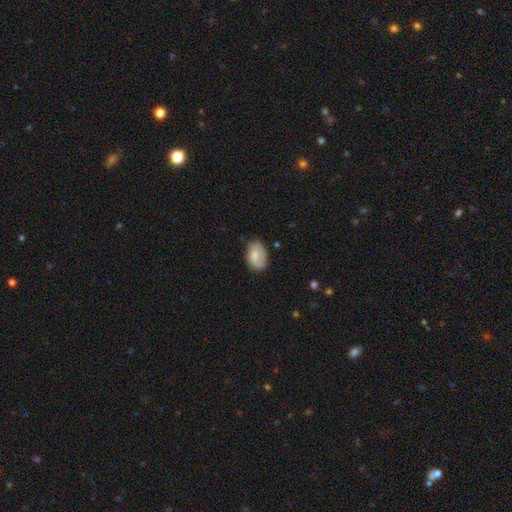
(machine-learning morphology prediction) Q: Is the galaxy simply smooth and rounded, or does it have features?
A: smooth — 73%.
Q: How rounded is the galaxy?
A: in between — 88%.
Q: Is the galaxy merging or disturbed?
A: none — 67%.